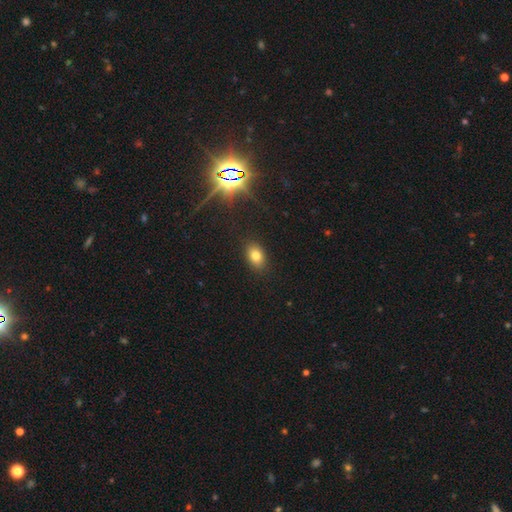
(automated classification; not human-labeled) Q: Smooth or featured?
A: smooth (77%); runner-up: star or artifact (14%)
Q: How rounded?
A: in between (80%); runner-up: round (18%)
Q: Merging?
A: none (88%); runner-up: minor disturbance (9%)